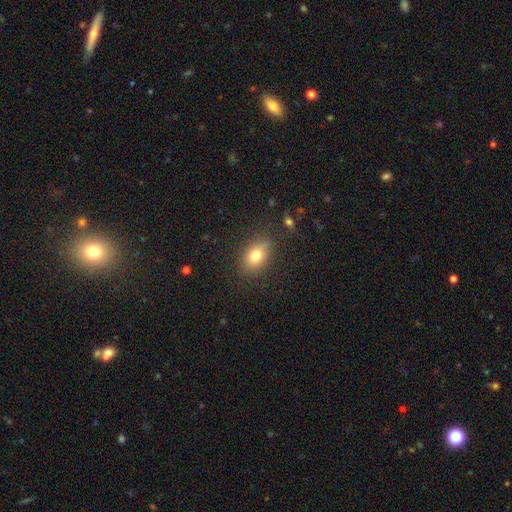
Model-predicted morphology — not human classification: smooth 76%, featured or disk 13%, star or artifact 11%. Down the decision tree: how rounded — in between (76%); merging — none (80%).